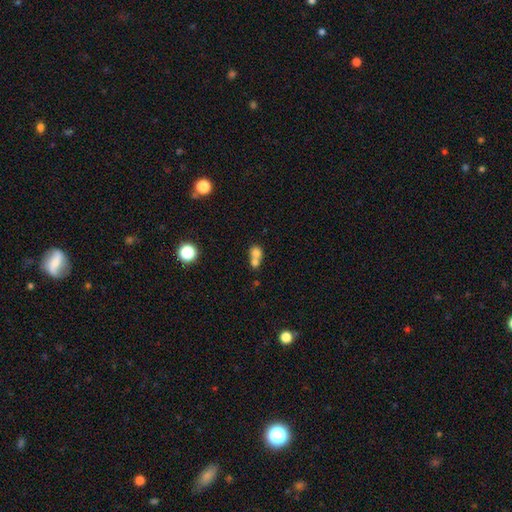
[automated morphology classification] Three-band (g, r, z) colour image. It shows a smooth galaxy with no disk features (73%) that is round (71%). Merging: merger (66%).